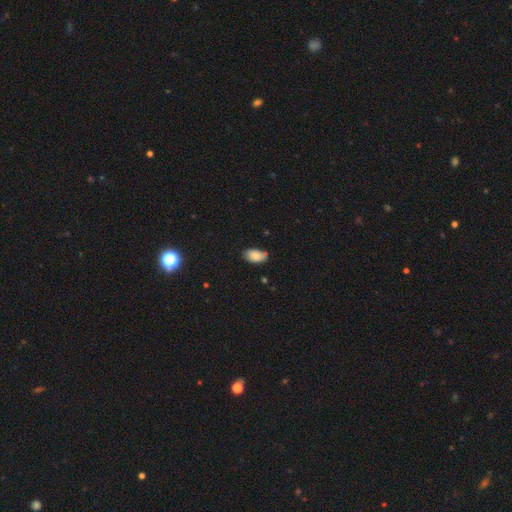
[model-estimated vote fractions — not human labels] Smooth or featured? smooth (80%)
How rounded? in between (94%)
Merging? none (72%)